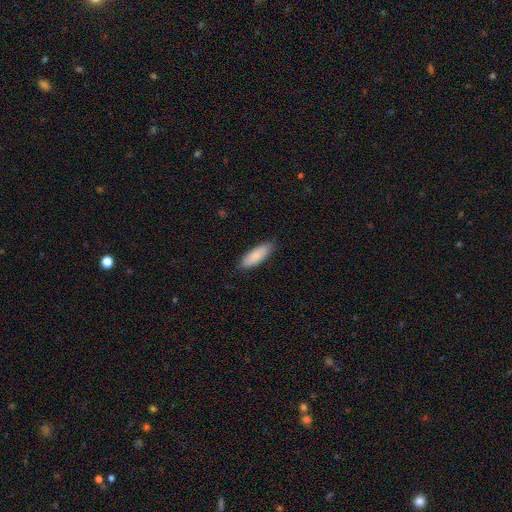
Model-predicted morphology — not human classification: Q: Smooth or featured?
A: smooth (85%); runner-up: featured or disk (9%)
Q: How rounded?
A: in between (62%); runner-up: cigar-shaped (37%)
Q: Merging?
A: none (85%); runner-up: minor disturbance (12%)